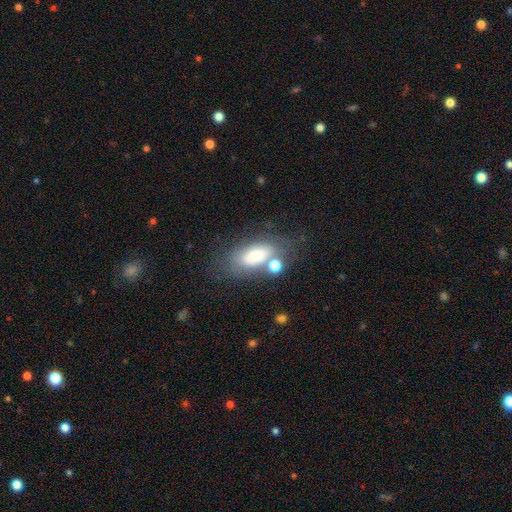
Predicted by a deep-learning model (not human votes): Overall: smooth (69%). How rounded: in between (86%). Merging: none (54%; minor disturbance 19%).